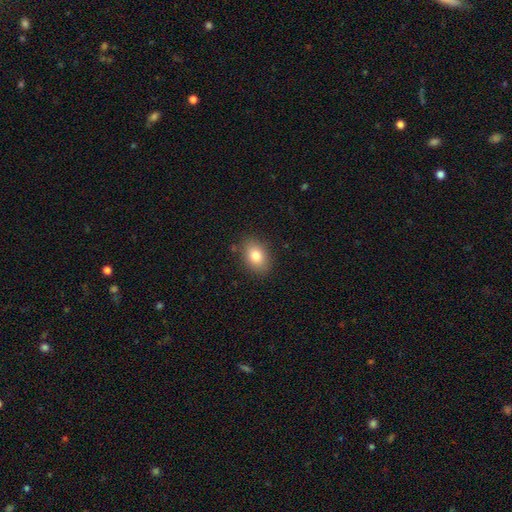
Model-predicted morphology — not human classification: Overall: smooth (82%). How rounded: in between (77%). Merging: none (85%).